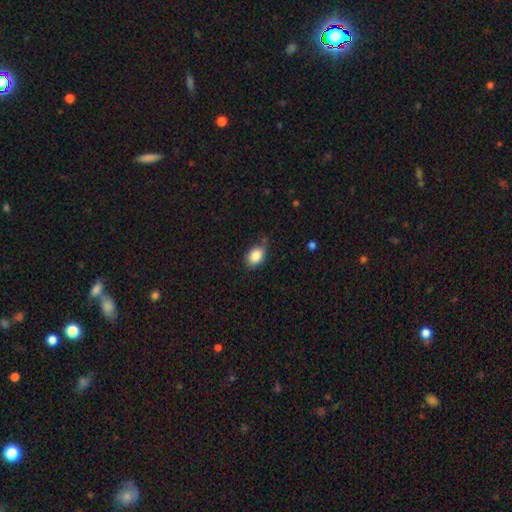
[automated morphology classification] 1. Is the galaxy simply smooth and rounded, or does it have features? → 86% smooth, 8% star or artifact, 6% featured or disk.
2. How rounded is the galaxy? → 75% in between, 24% round, 1% cigar-shaped.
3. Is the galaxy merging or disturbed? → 62% none, 29% minor disturbance, 7% major disturbance, 2% merger.